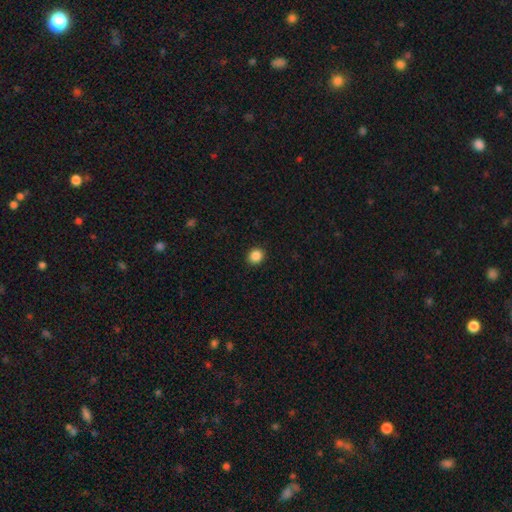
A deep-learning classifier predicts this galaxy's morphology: smooth 87%, star or artifact 10%, featured or disk 3%. Down the decision tree: how rounded — round (81%); merging — none (92%).